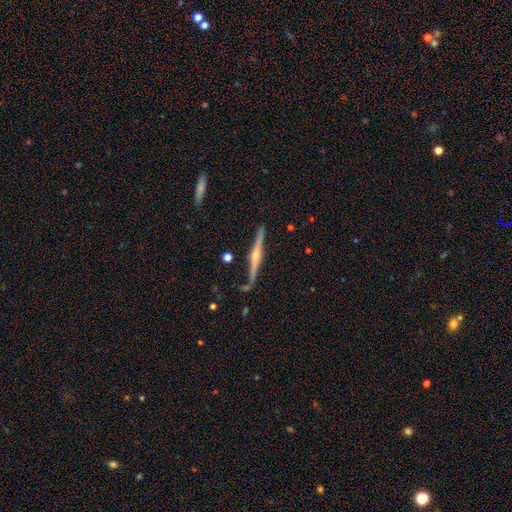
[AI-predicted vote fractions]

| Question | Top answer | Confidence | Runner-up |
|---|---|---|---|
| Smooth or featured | featured or disk | 84% | smooth (10%) |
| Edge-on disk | yes | 98% | no (2%) |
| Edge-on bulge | rounded | 89% | boxy (6%) |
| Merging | none | 87% | minor disturbance (9%) |